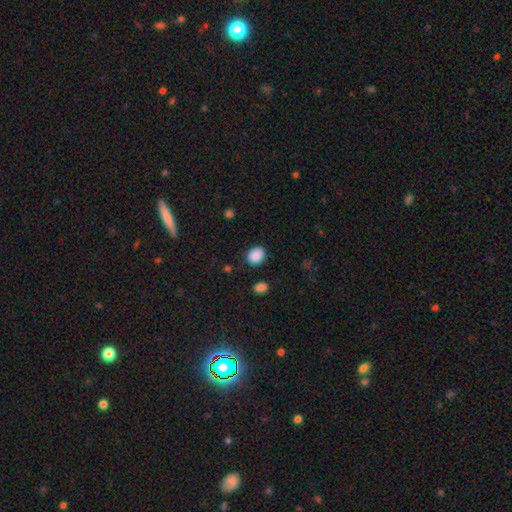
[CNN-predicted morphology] Overall: smooth (88%). How rounded: round (58%; in between 41%). Merging: none (85%).